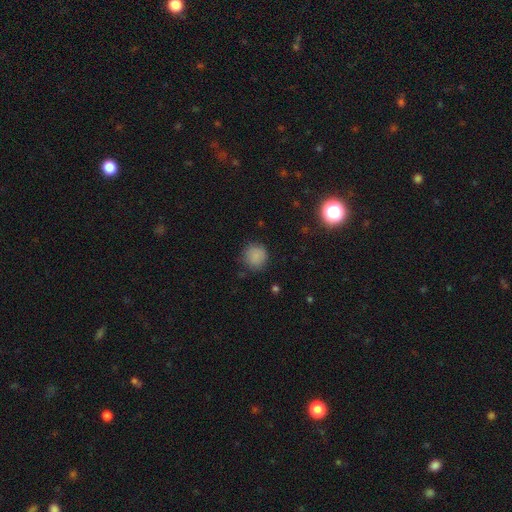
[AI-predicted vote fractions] Smooth or featured: smooth — 85% (star or artifact — 11%)
How rounded: round — 92% (in between — 7%)
Merging: none — 82% (minor disturbance — 13%)